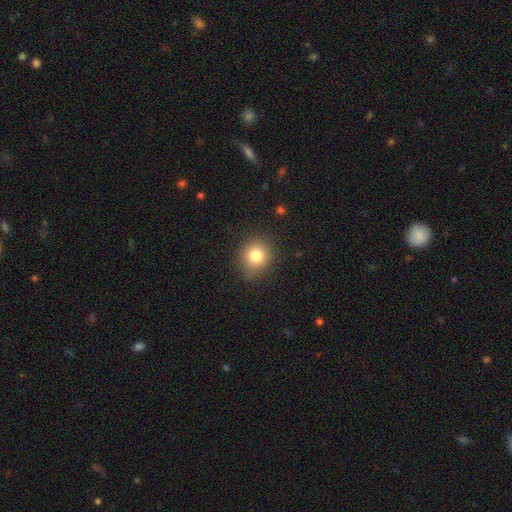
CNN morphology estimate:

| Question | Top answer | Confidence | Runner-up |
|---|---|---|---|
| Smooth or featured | smooth | 80% | star or artifact (11%) |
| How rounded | round | 80% | in between (19%) |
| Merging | none | 82% | minor disturbance (13%) |